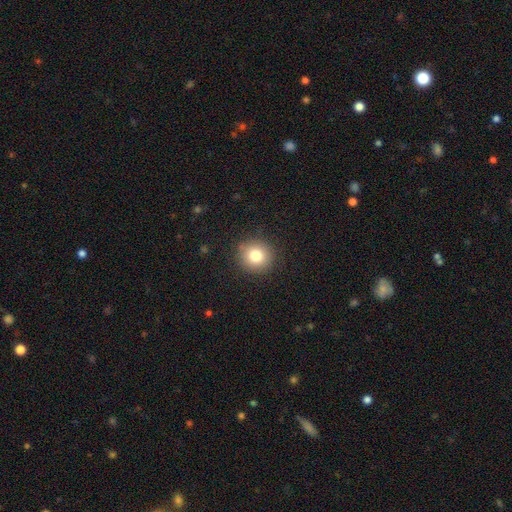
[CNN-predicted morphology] smooth 80%, star or artifact 11%, featured or disk 9%. Down the decision tree: how rounded — round (91%); merging — none (88%).